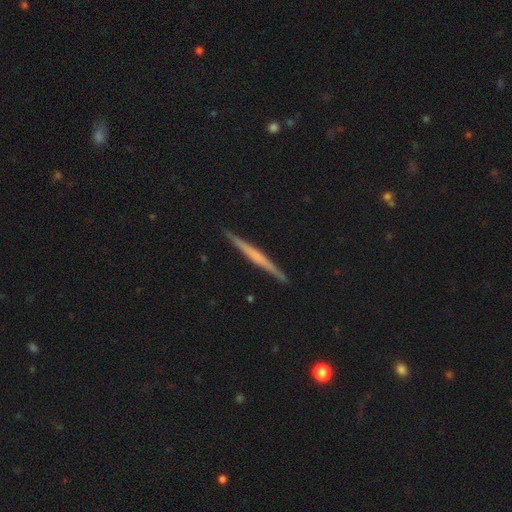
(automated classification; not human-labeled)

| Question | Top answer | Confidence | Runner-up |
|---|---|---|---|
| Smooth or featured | featured or disk | 64% | smooth (30%) |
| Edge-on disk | yes | 98% | no (2%) |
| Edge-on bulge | none | 61% | rounded (24%) |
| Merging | none | 92% | minor disturbance (6%) |